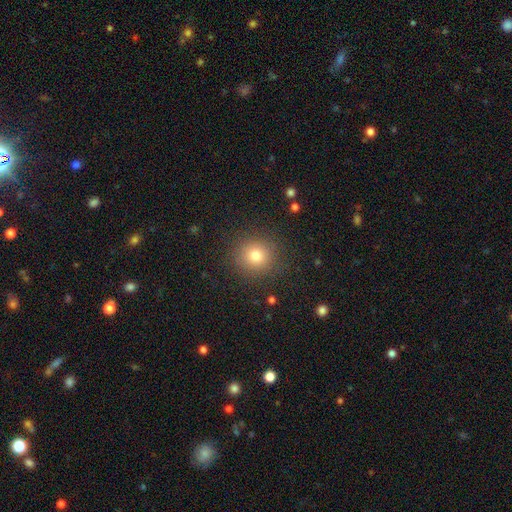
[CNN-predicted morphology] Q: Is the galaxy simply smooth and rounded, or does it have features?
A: smooth — 78%.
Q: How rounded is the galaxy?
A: round — 91%.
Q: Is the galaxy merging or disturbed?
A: none — 88%.